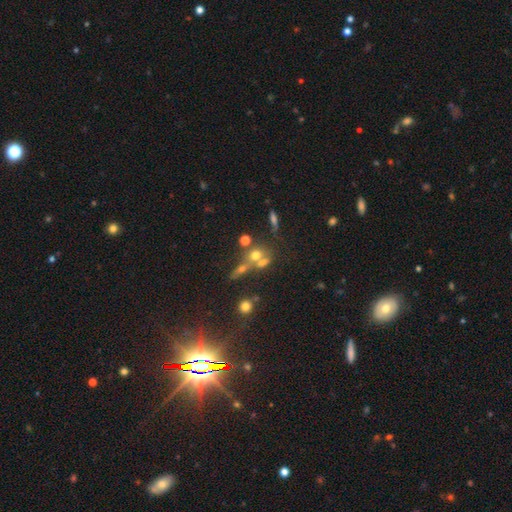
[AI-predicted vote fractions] This appears to be a smooth galaxy with no disk features (55%) that is round (61%). Merging: merger (50%).